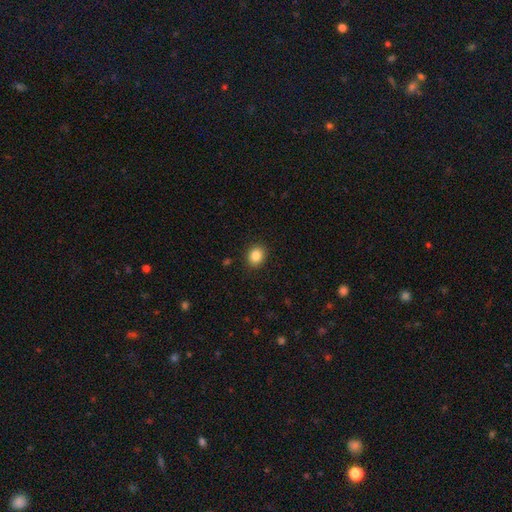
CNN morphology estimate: Smooth or featured? smooth (85%)
How rounded? round (64%)
Merging? none (90%)